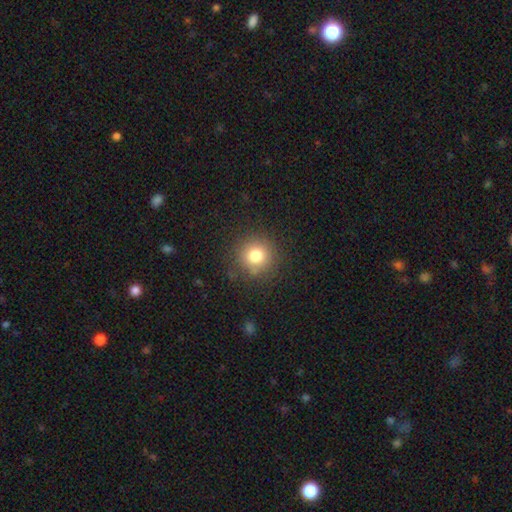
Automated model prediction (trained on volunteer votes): Morphology: type=smooth (80%); roundness=round (93%); merging=none (85%).